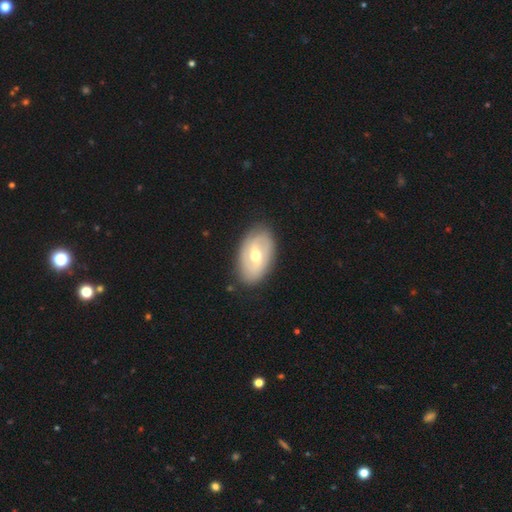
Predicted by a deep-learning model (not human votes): featured or disk 69%, smooth 26%, star or artifact 5%. Down the decision tree: edge-on disk — no (94%); bar — weak (50%); spiral arms — yes (74%); bulge size — moderate (72%); merging — none (83%).